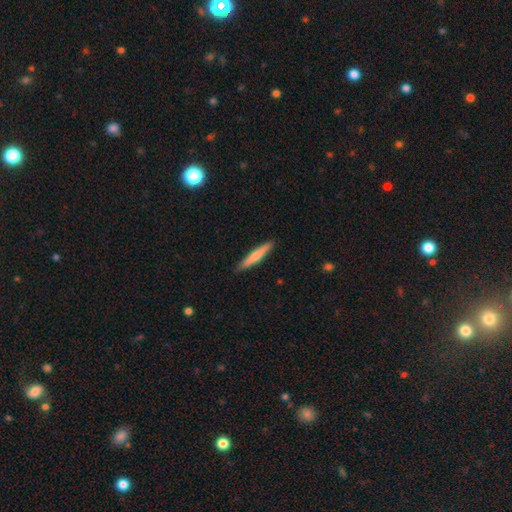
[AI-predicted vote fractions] Q: Smooth or featured?
A: smooth (61%); runner-up: featured or disk (34%)
Q: How rounded?
A: cigar-shaped (93%); runner-up: in between (5%)
Q: Merging?
A: none (89%); runner-up: minor disturbance (8%)